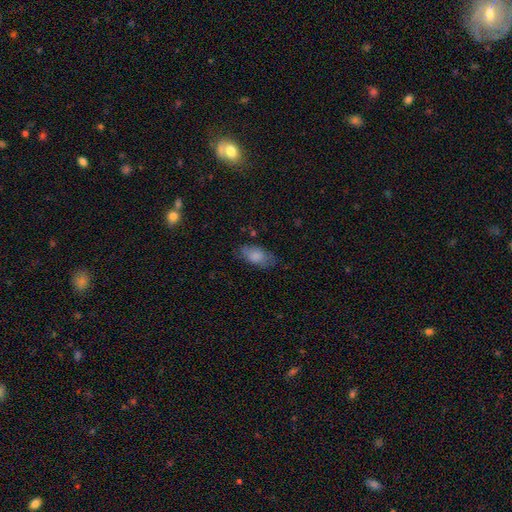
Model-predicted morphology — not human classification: A smooth galaxy with no disk features (81%) that is in between round and cigar-shaped (90%).

Vote fractions:
- Smooth or featured? smooth: 81% / featured or disk: 12% / star or artifact: 7%
- How rounded? in between: 90% / cigar-shaped: 6% / round: 4%
- Merging? none: 72% / minor disturbance: 21% / major disturbance: 6% / merger: 2%